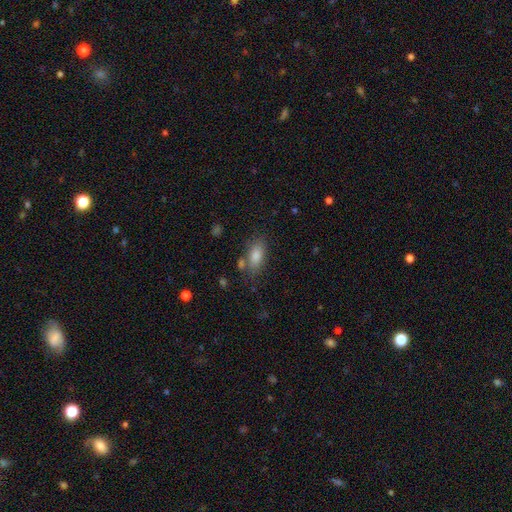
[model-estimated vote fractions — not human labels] Morphology: type=smooth (79%); roundness=in between (84%); merging=none (72%).